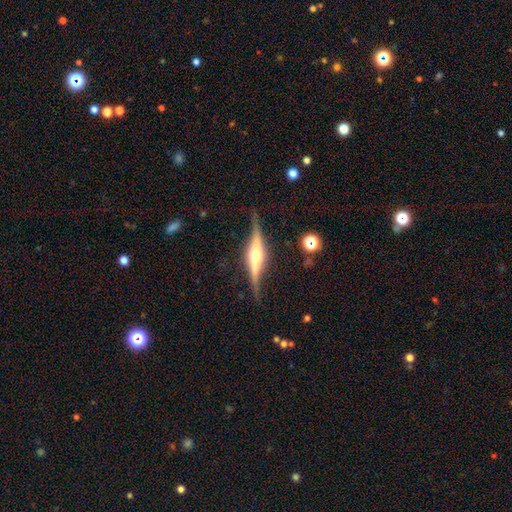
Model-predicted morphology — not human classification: Smooth or featured: featured or disk — 83% (smooth — 11%)
Edge-on disk: yes — 94% (no — 6%)
Edge-on bulge: rounded — 87% (boxy — 10%)
Merging: none — 78% (minor disturbance — 15%)